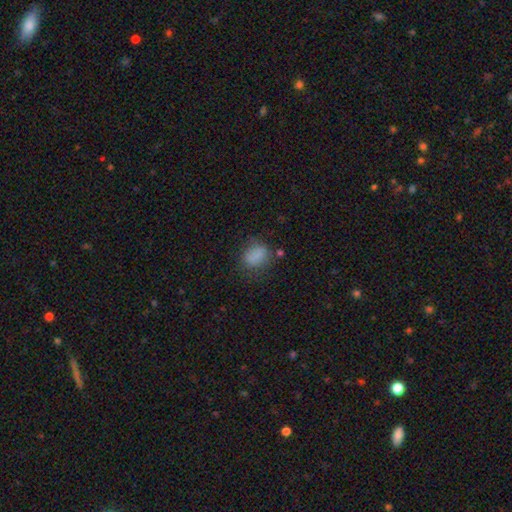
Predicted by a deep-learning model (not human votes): The model was most divided on "how rounded": in between: 60%, round: 39%, cigar-shaped: 2%. More confident: smooth or featured — smooth (82%); merging — none (66%).